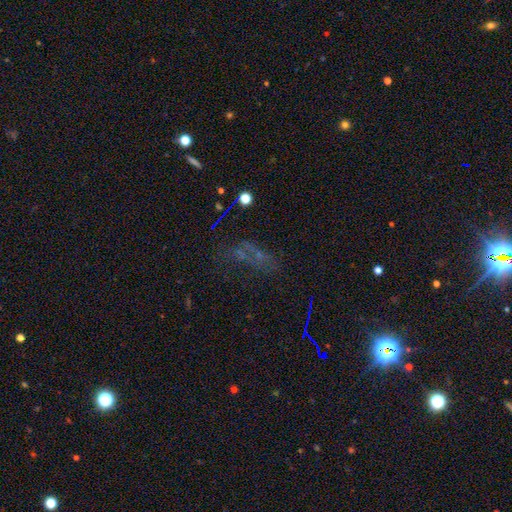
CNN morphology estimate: smooth_or_featured: star or artifact (p=0.42) [alt: featured or disk p=0.30]